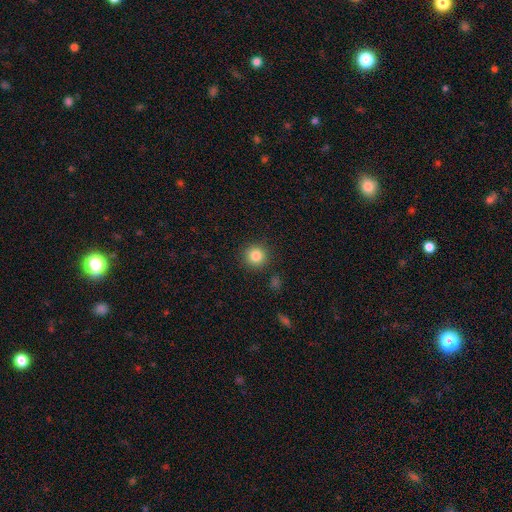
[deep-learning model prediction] smooth_or_featured: smooth (p=0.84) [alt: star or artifact p=0.10]
how_rounded: round (p=0.94) [alt: in between p=0.05]
merging: none (p=0.90) [alt: minor disturbance p=0.06]